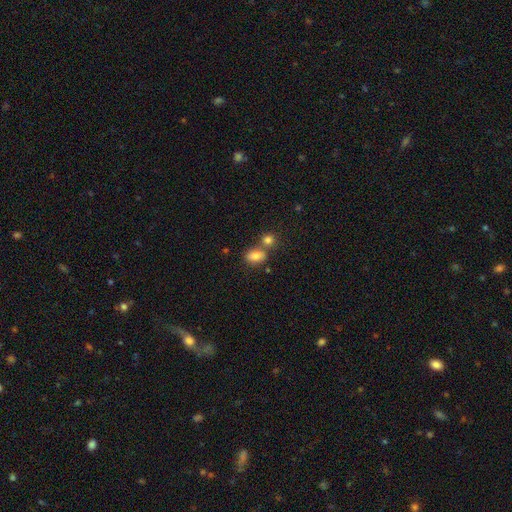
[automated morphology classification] Smooth or featured: smooth — 81% (star or artifact — 10%)
How rounded: in between — 80% (round — 18%)
Merging: none — 50% (merger — 35%)